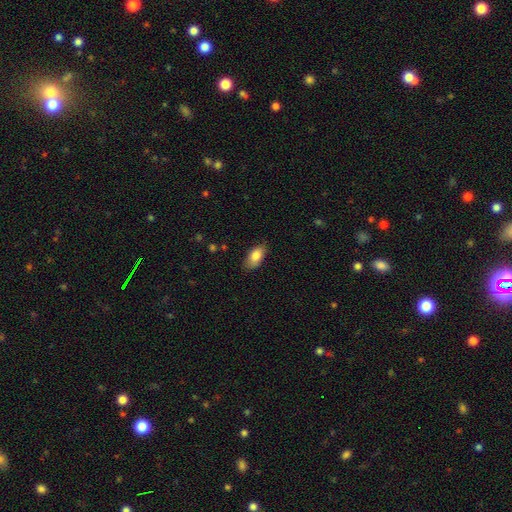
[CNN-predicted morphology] Q: Smooth or featured?
A: smooth (83%); runner-up: featured or disk (10%)
Q: How rounded?
A: in between (91%); runner-up: cigar-shaped (5%)
Q: Merging?
A: none (80%); runner-up: minor disturbance (16%)